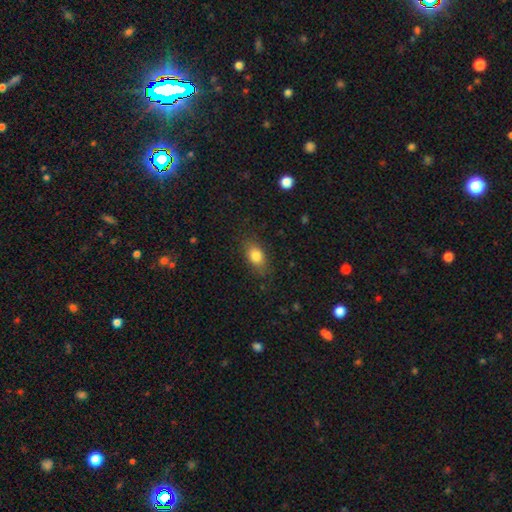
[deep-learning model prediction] This is clearly a smooth galaxy (82%). How rounded: likely in between (79%). Merging: likely none (79%).